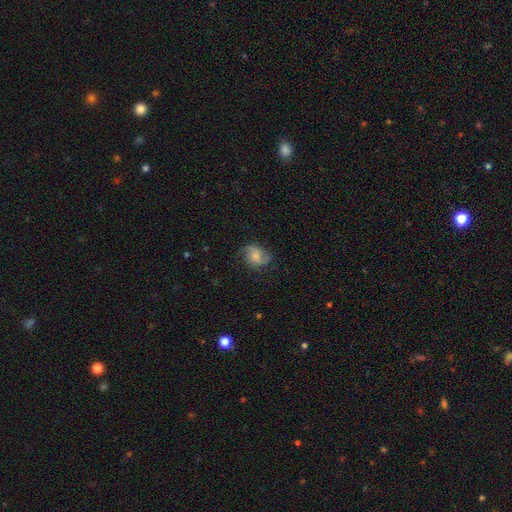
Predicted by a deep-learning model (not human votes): Overall: featured or disk (48%; smooth 43%). Merging: none (68%).